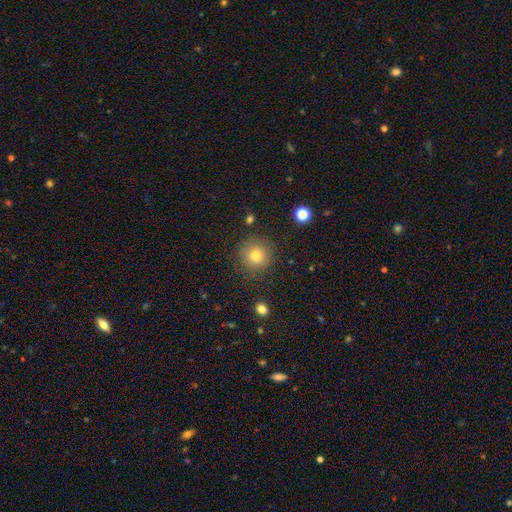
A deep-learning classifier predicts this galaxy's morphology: type=smooth (77%); roundness=round (94%); merging=none (87%).